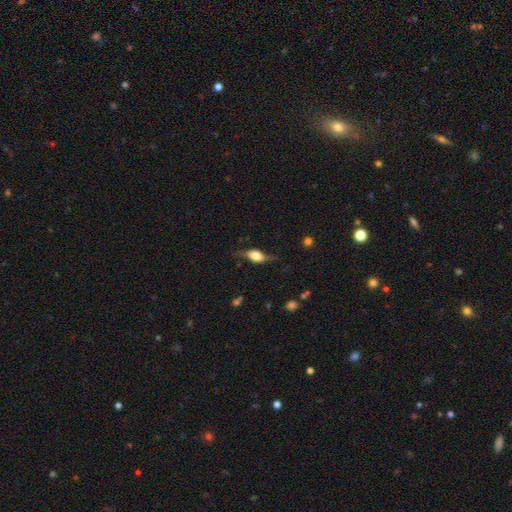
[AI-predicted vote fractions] smooth_or_featured: featured or disk (p=0.55) [alt: smooth p=0.37]
disk_edge_on: yes (p=0.72) [alt: no p=0.28]
merging: none (p=0.65) [alt: minor disturbance p=0.22]